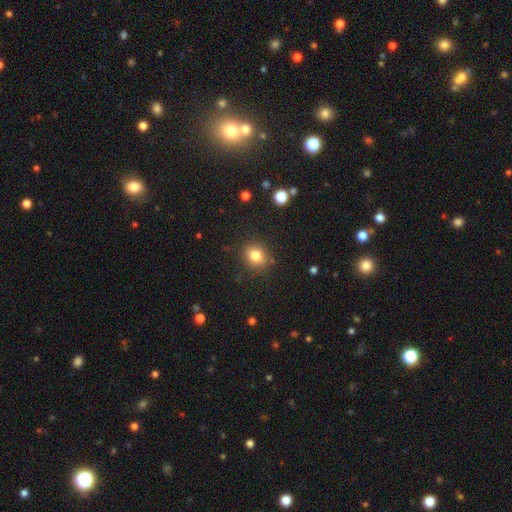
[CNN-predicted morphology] type=smooth (81%); roundness=round (69%); merging=none (85%).